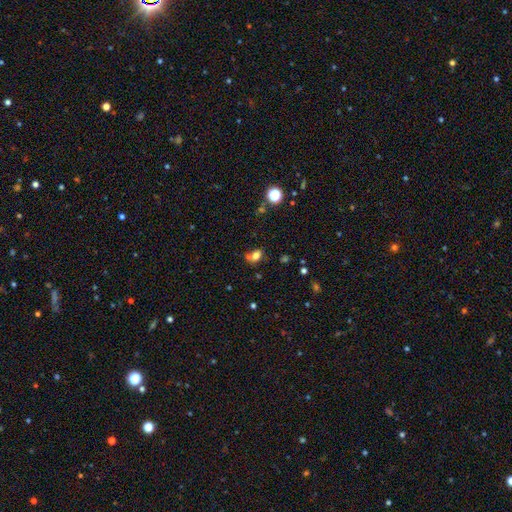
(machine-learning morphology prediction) Q: Smooth or featured?
A: smooth (74%); runner-up: star or artifact (16%)
Q: How rounded?
A: in between (58%); runner-up: round (40%)
Q: Merging?
A: none (52%); runner-up: merger (27%)